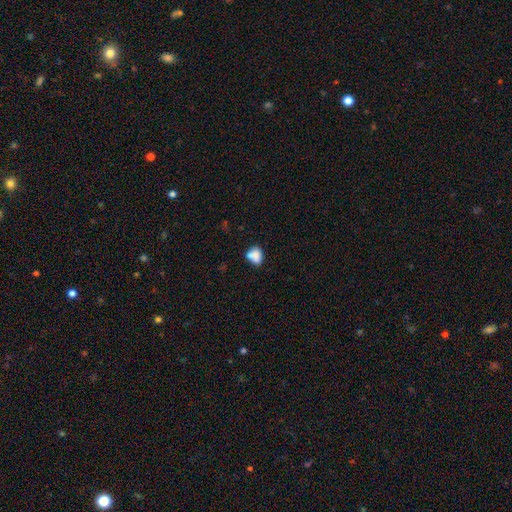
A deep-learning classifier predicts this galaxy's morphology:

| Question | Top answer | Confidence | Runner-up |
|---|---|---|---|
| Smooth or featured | smooth | 74% | featured or disk (17%) |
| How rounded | in between | 59% | round (40%) |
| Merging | merger | 40% | none (36%) |